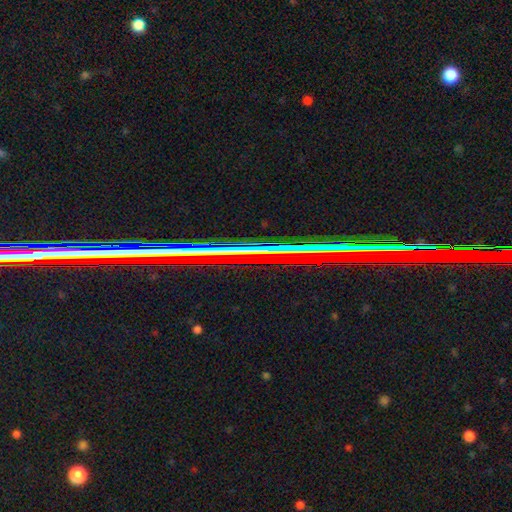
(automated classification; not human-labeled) Smooth or featured: star or artifact — 77% (featured or disk — 15%)